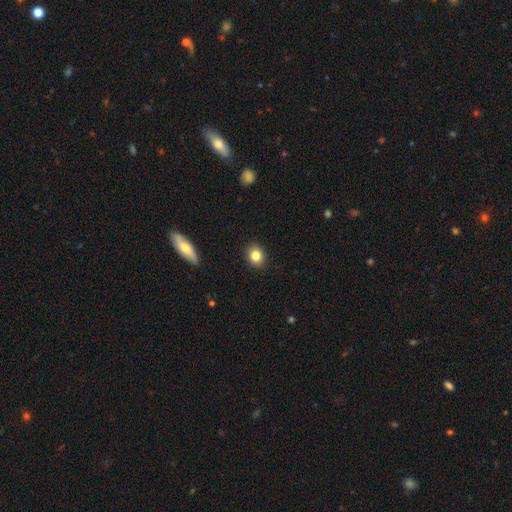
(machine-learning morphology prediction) Q: Smooth or featured?
A: smooth (83%); runner-up: star or artifact (9%)
Q: How rounded?
A: round (60%); runner-up: in between (38%)
Q: Merging?
A: none (90%); runner-up: minor disturbance (7%)